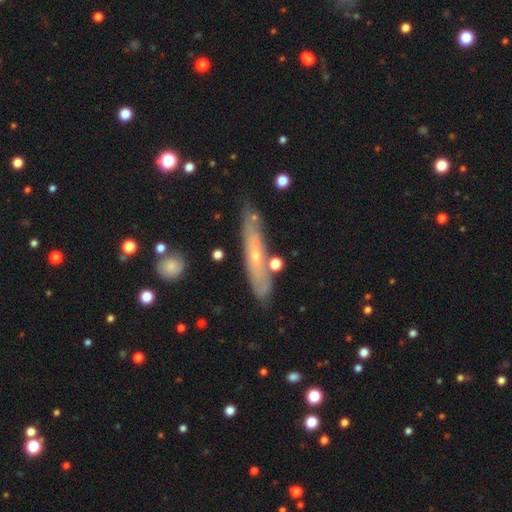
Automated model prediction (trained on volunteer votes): Q: Smooth or featured?
A: featured or disk (57%); runner-up: smooth (36%)
Q: Edge-on disk?
A: yes (64%); runner-up: no (36%)
Q: Merging?
A: none (75%); runner-up: minor disturbance (16%)